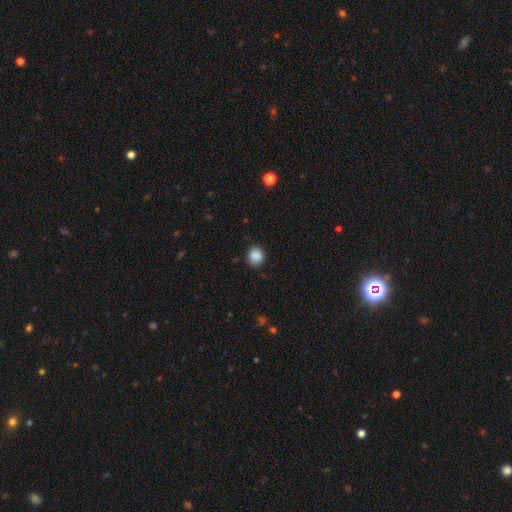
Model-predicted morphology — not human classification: This is clearly a smooth galaxy (88%). How rounded: clearly round (82%). Merging: clearly none (87%).